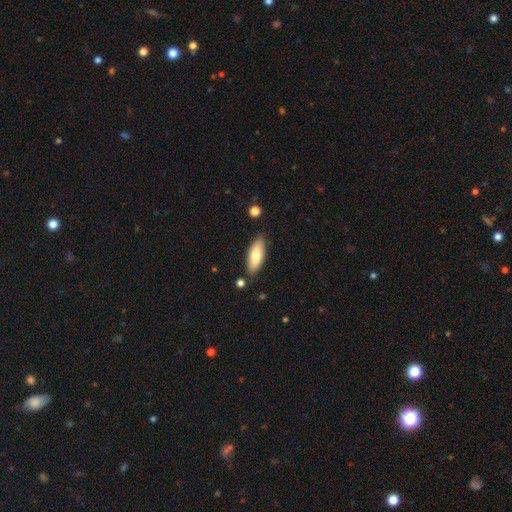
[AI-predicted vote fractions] smooth_or_featured: smooth (p=0.76) [alt: featured or disk p=0.18]
how_rounded: in between (p=0.71) [alt: cigar-shaped p=0.28]
merging: none (p=0.84) [alt: minor disturbance p=0.11]